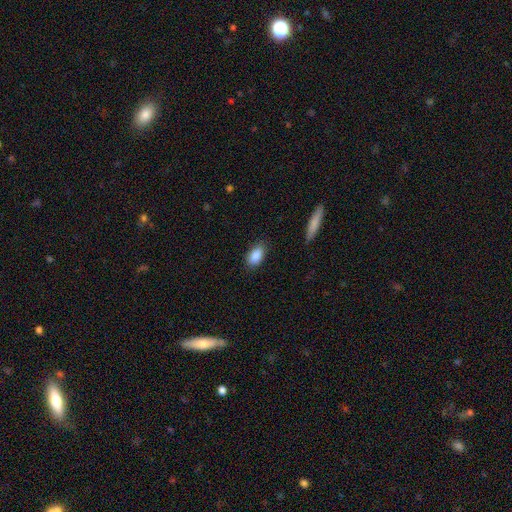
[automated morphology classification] Smooth or featured? smooth (88%)
How rounded? in between (90%)
Merging? none (83%)